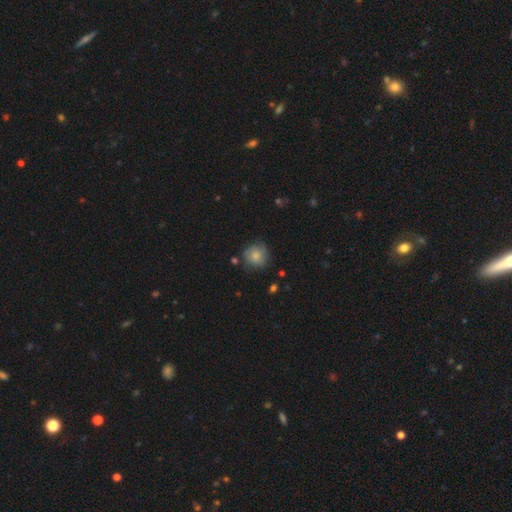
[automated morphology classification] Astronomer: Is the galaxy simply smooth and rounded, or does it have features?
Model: smooth — 76%.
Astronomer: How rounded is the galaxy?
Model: round — 89%.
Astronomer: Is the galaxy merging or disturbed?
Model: none — 70%.